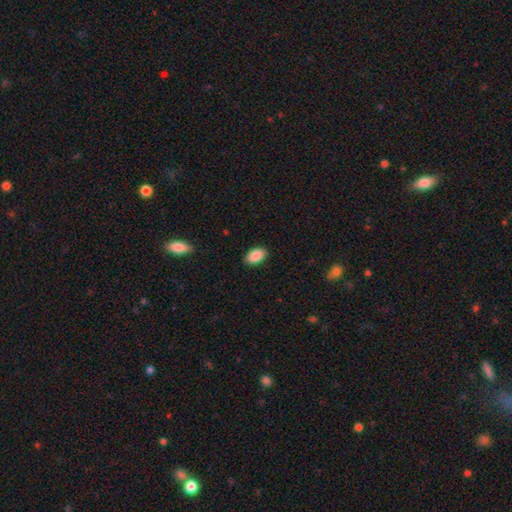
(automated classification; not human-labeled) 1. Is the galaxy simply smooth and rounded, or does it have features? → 89% smooth, 7% star or artifact, 4% featured or disk.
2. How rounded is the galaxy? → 93% in between, 6% round, 1% cigar-shaped.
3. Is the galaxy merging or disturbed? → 87% none, 10% minor disturbance, 2% major disturbance, 1% merger.